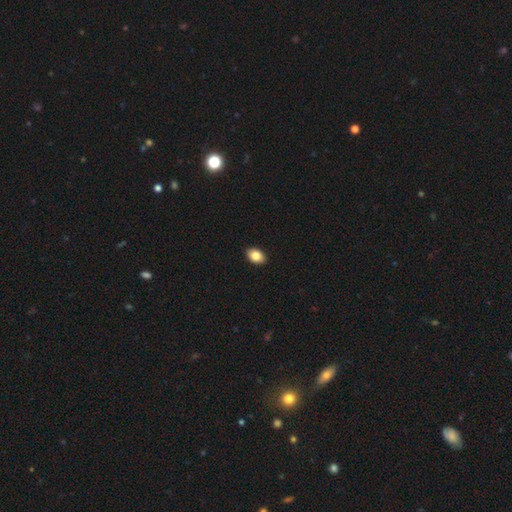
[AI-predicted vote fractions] Morphology: type=smooth (85%); roundness=in between (84%); merging=none (91%).